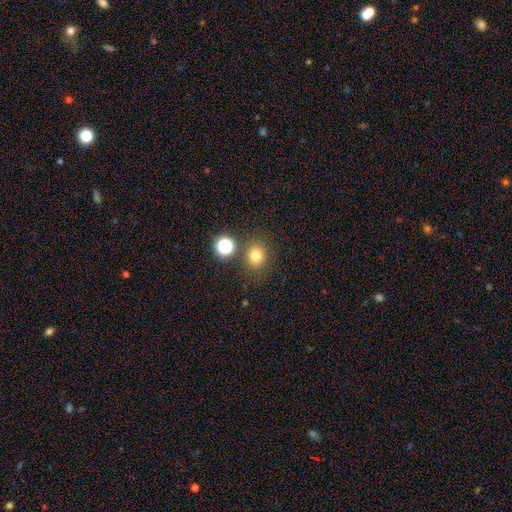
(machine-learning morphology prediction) Overall: smooth (75%). How rounded: round (68%; in between 31%). Merging: none (78%).